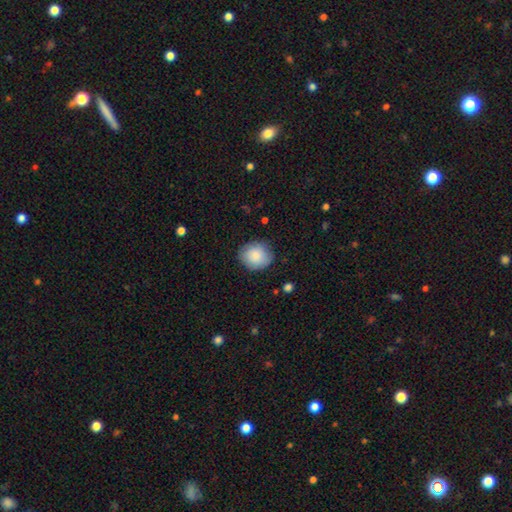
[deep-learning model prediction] Smooth or featured: smooth — 86% (featured or disk — 8%)
How rounded: round — 77% (in between — 22%)
Merging: none — 82% (minor disturbance — 13%)